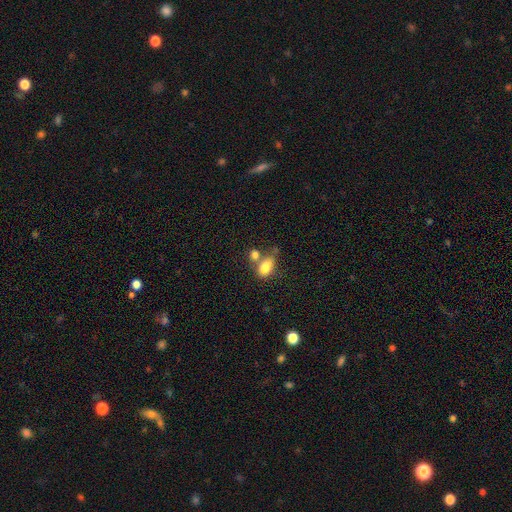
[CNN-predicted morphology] smooth-or-featured: smooth: 78% | featured or disk: 11% | star or artifact: 11%
  how-rounded: in between: 81% | round: 16% | cigar-shaped: 3%
  merging: none: 45% | merger: 34% | minor disturbance: 15% | major disturbance: 7%